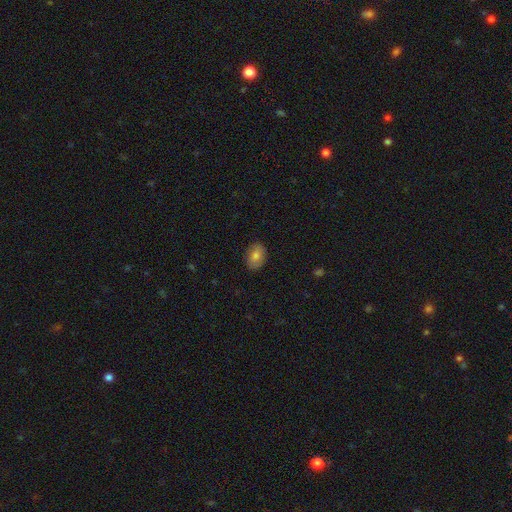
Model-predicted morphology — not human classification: Smooth or featured? Predicted: smooth (p=0.79). How rounded? Predicted: in between (p=0.82). Merging? Predicted: none (p=0.86).